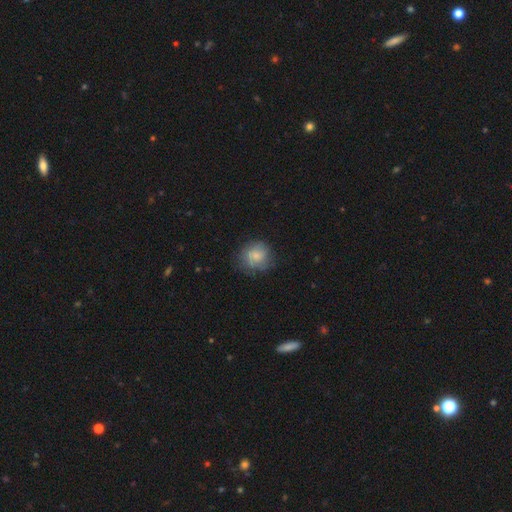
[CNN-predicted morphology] type=smooth (72%); roundness=round (84%); merging=none (73%).